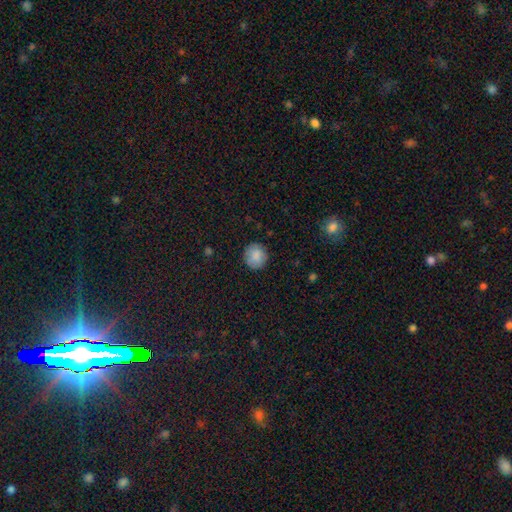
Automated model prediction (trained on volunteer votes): smooth 87%, star or artifact 8%, featured or disk 6%. Down the decision tree: how rounded — round (91%); merging — none (87%).